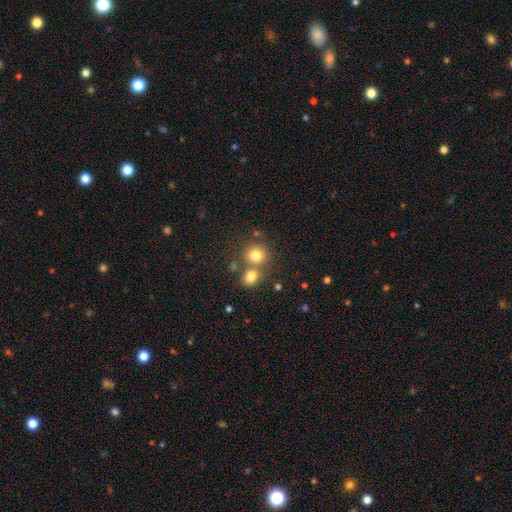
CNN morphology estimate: This is likely a smooth galaxy (78%). How rounded: clearly round (85%). Merging: possibly none (57%).